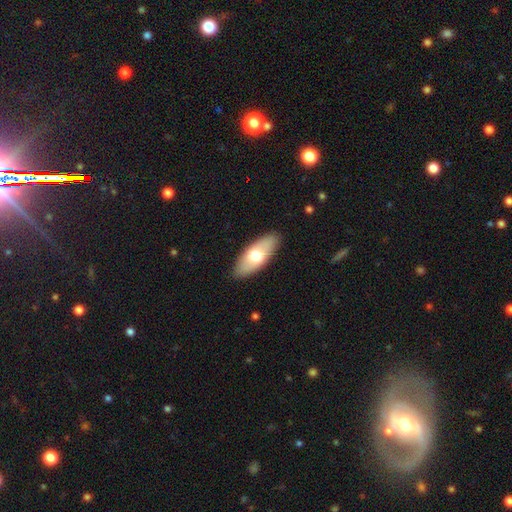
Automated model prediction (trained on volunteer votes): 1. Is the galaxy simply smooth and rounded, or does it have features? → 65% smooth, 30% featured or disk, 5% star or artifact.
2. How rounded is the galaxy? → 81% in between, 17% cigar-shaped, 2% round.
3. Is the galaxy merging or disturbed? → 88% none, 9% minor disturbance, 2% major disturbance, 1% merger.